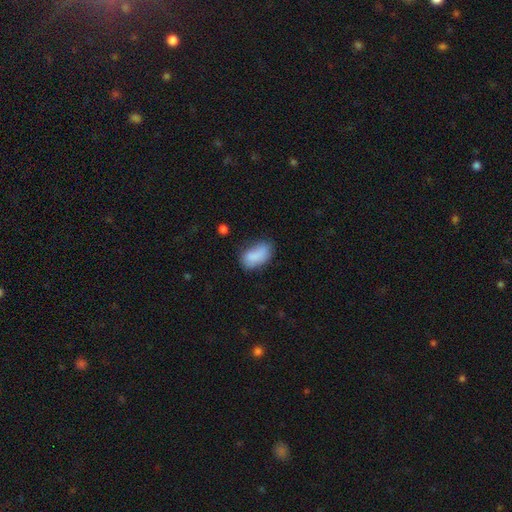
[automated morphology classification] This is clearly a smooth galaxy (82%). How rounded: clearly in between (92%). Merging: possibly none (51%).